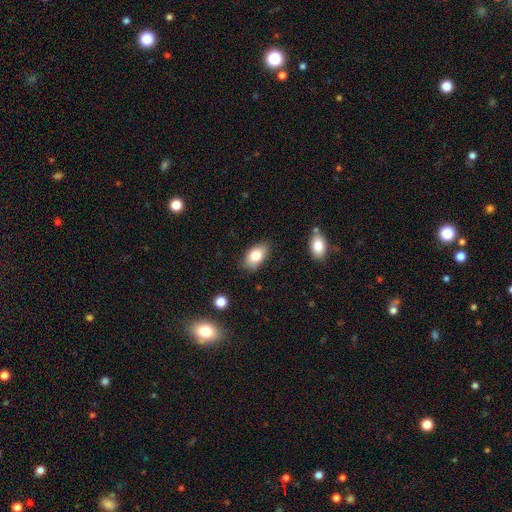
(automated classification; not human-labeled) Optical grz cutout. It shows a smooth galaxy with no disk features (81%) that is in between round and cigar-shaped (92%). Merging: none (79%).